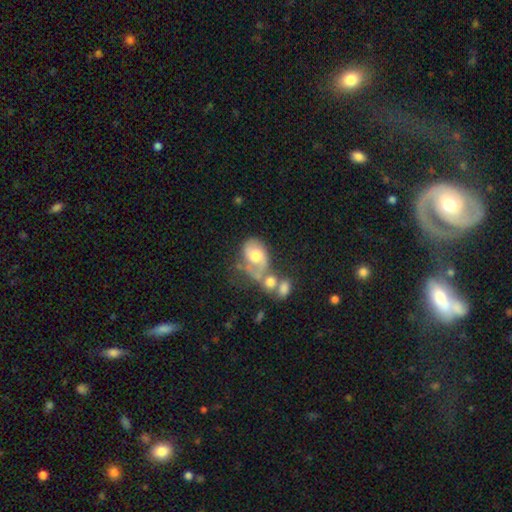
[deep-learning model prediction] Overall: featured or disk (51%; smooth 41%). Edge-on disk: no (96%). Merging: merger (44%; major disturbance 20%).